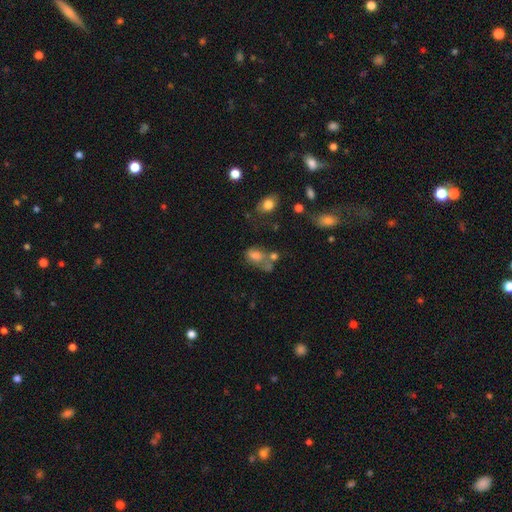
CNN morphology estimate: Q: Smooth or featured?
A: smooth (67%); runner-up: featured or disk (18%)
Q: How rounded?
A: in between (76%); runner-up: round (22%)
Q: Merging?
A: merger (32%); runner-up: none (30%)